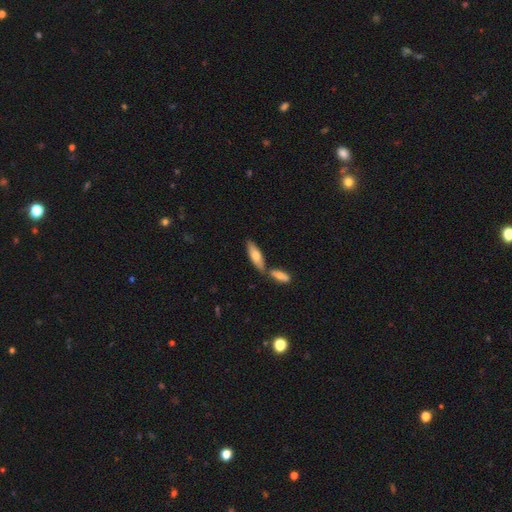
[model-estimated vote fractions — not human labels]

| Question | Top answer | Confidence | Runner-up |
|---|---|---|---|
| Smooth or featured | smooth | 68% | featured or disk (26%) |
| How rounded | in between | 55% | cigar-shaped (43%) |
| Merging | none | 60% | merger (26%) |